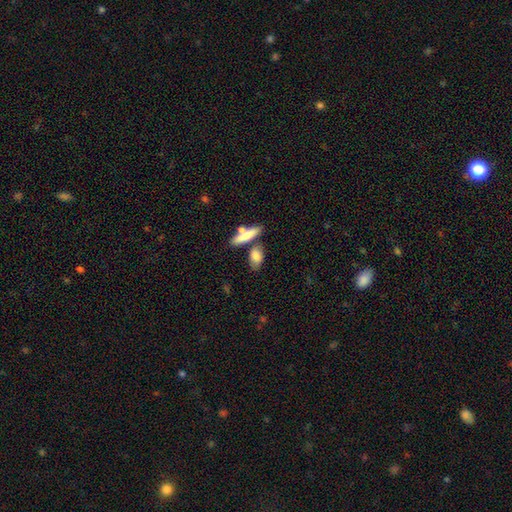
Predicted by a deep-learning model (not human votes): A smooth galaxy with no disk features (78%) that is in between round and cigar-shaped (70%). Merging: none (56%).